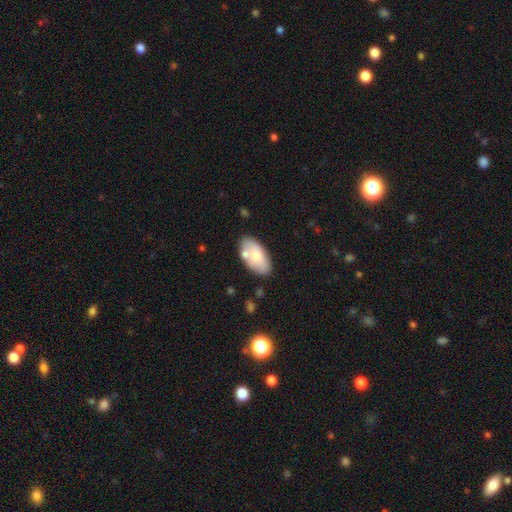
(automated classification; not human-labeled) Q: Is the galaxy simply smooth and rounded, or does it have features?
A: smooth — 68%.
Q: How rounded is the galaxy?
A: in between — 95%.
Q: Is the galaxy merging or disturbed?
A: none — 68%.